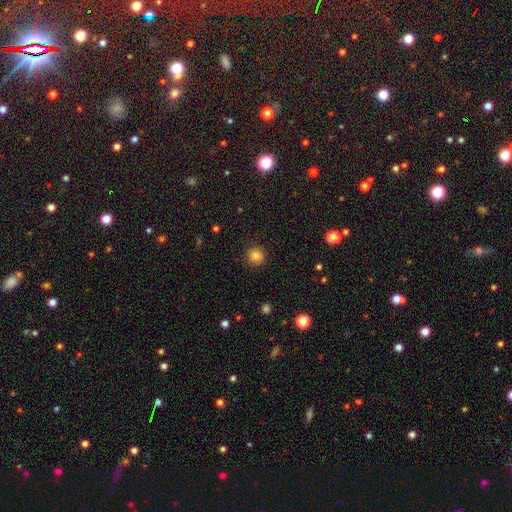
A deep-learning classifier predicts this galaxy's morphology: Smooth or featured? Predicted: smooth (p=0.84). How rounded? Predicted: round (p=0.93). Merging? Predicted: none (p=0.89).